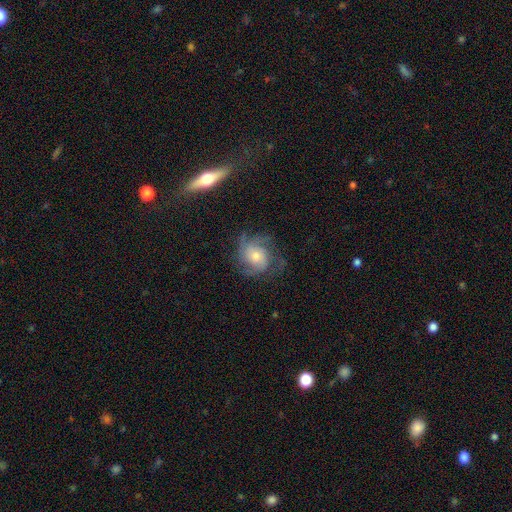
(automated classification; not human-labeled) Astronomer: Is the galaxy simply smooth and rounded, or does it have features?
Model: featured or disk — 77%.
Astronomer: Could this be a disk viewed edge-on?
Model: no — 96%.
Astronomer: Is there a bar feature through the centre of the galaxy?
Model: no — 74%.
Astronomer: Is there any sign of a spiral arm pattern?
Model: yes — 94%.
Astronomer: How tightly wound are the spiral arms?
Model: medium — 43% (runner-up: tight, 41%).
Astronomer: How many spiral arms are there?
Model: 3 — 37% (runner-up: can't tell, 21%).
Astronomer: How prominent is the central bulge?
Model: moderate — 53% (runner-up: small, 35%).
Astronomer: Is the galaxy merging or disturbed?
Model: none — 67%.